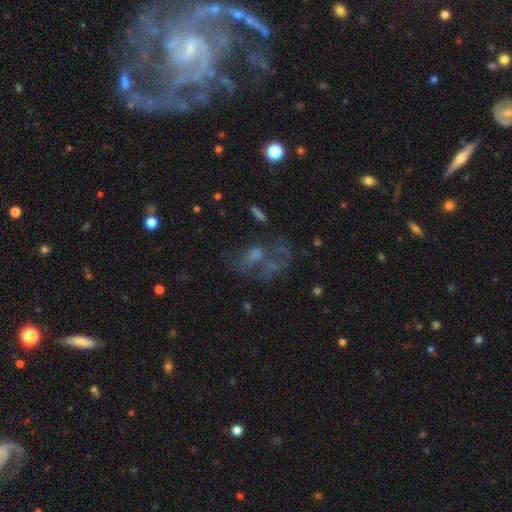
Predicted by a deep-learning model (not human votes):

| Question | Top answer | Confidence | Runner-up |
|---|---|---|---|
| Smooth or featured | featured or disk | 45% | smooth (32%) |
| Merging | major disturbance | 36% | none (32%) |